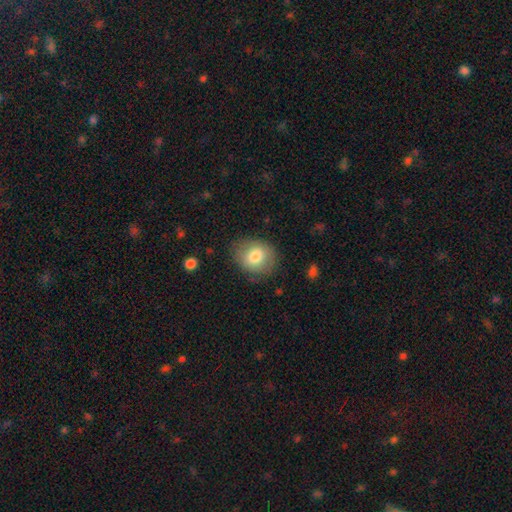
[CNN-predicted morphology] This appears to be a smooth galaxy with no disk features (72%) that is round (62%). Merging: none (86%).